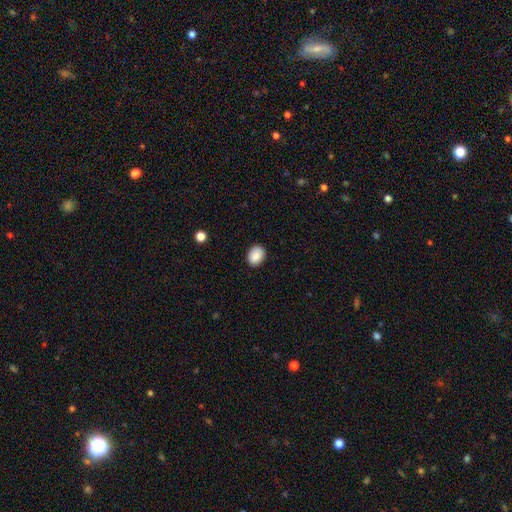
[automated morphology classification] Q: Smooth or featured?
A: smooth (87%); runner-up: star or artifact (8%)
Q: How rounded?
A: in between (60%); runner-up: round (39%)
Q: Merging?
A: none (87%); runner-up: minor disturbance (10%)